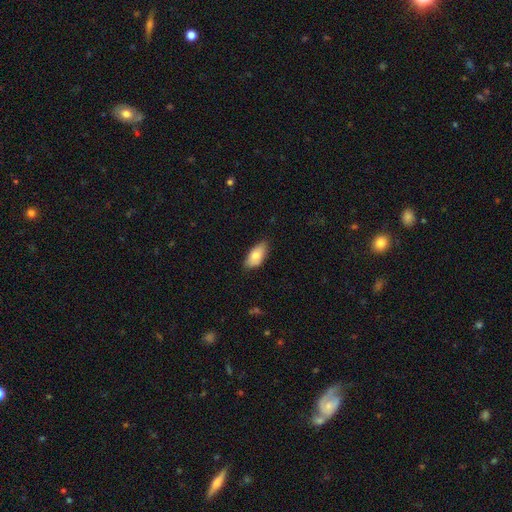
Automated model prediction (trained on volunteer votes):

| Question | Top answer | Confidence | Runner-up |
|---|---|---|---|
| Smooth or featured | smooth | 79% | featured or disk (15%) |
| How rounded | in between | 91% | cigar-shaped (6%) |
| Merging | none | 77% | minor disturbance (19%) |